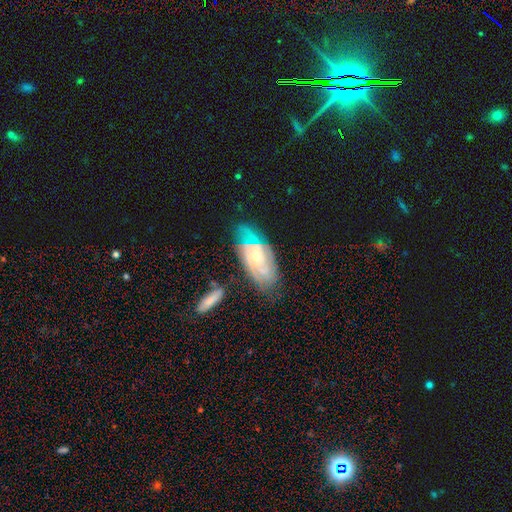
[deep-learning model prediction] smooth-or-featured: featured or disk: 75% | smooth: 18% | star or artifact: 7%
  disk-edge-on: no: 92% | yes: 8%
    bar: no: 70% | weak: 25% | strong: 5%
    has-spiral-arms: yes: 89% | no: 11%
      spiral-winding: tight: 62% | medium: 30% | loose: 8%
      spiral-arm-count: can't tell: 43% | 2: 27% | 3: 16% | 4: 6% | 1: 4% | more than 4: 4%
    bulge-size: small: 53% | moderate: 41% | large: 3% | none: 2% | dominant: 1%
  merging: none: 66% | minor disturbance: 22% | major disturbance: 7% | merger: 5%